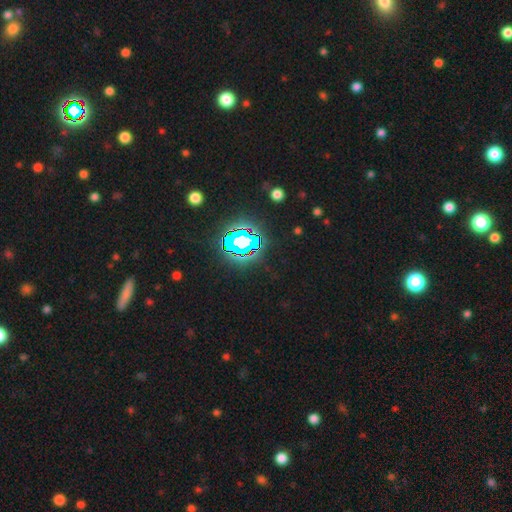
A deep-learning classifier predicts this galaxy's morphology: Overall: star or artifact (82%).